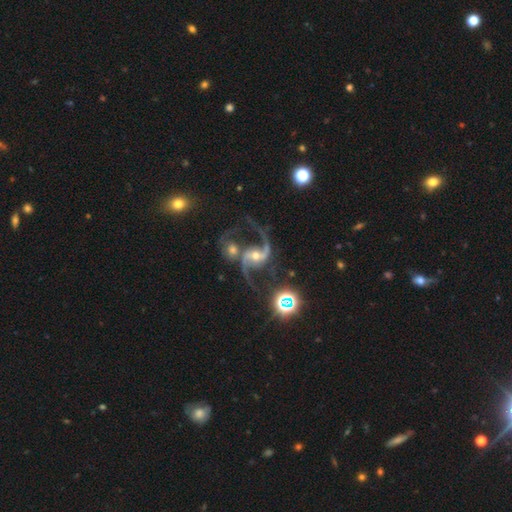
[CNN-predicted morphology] A featured or disk galaxy (89%) with no bar (39%), 2 (93%) loose (66%) spiral arms (98%) and a moderate central bulge (53%). Merging: none (47%).